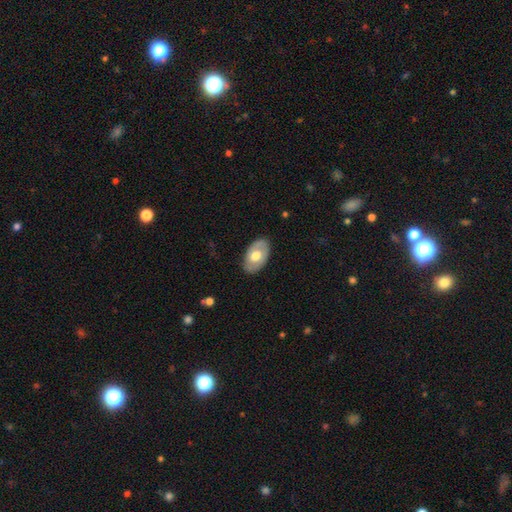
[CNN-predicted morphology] smooth_or_featured: smooth (p=0.54) [alt: featured or disk p=0.40]
how_rounded: in between (p=0.91) [alt: round p=0.08]
merging: none (p=0.83) [alt: minor disturbance p=0.13]